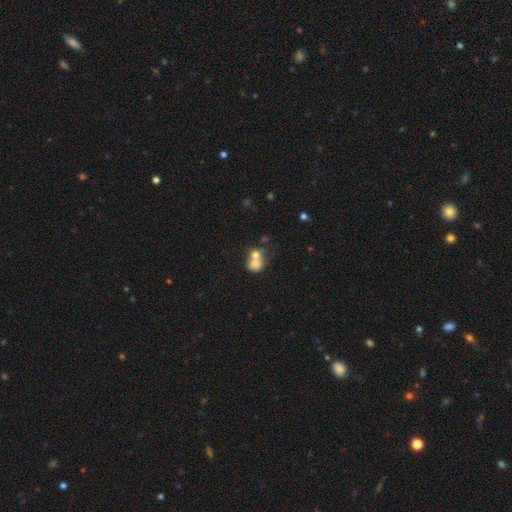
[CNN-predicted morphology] Smooth or featured: smooth — 73% (featured or disk — 17%)
How rounded: round — 63% (in between — 36%)
Merging: merger — 64% (none — 24%)